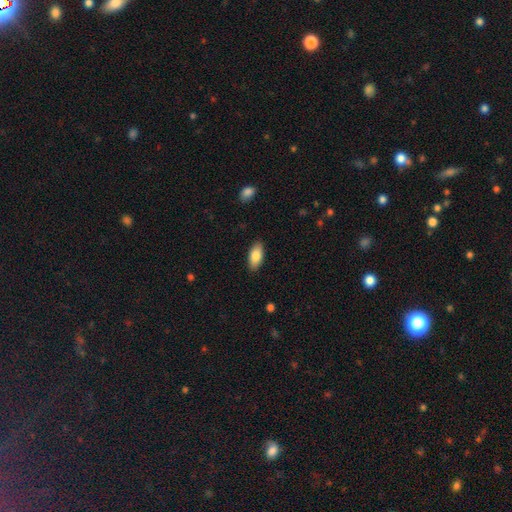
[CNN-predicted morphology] This appears to be a smooth galaxy with no disk features (84%) that is in between round and cigar-shaped (89%). Merging: none (88%).